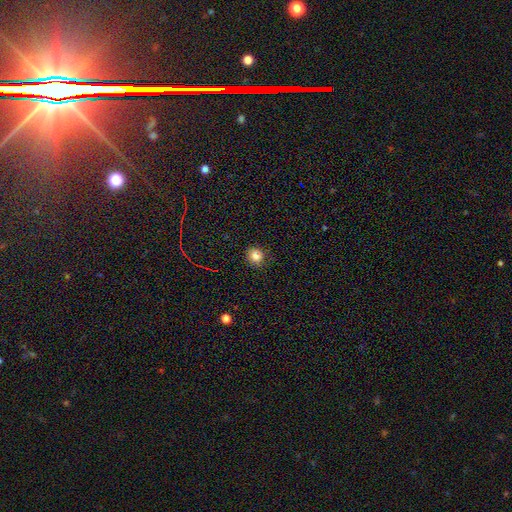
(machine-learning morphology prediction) smooth-or-featured: smooth: 82% | star or artifact: 13% | featured or disk: 5%
  how-rounded: round: 88% | in between: 11% | cigar-shaped: 1%
  merging: none: 88% | minor disturbance: 8% | major disturbance: 2% | merger: 1%